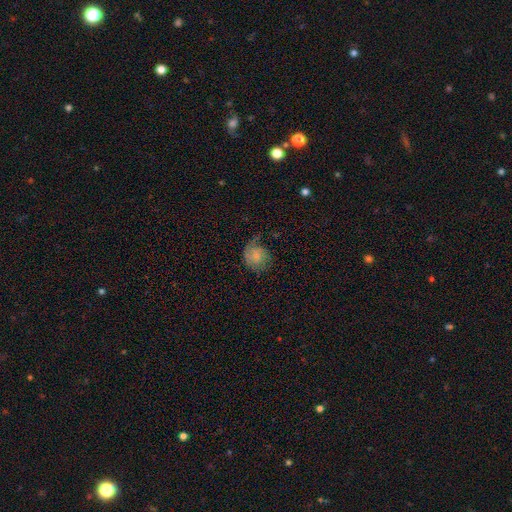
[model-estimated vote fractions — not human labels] Morphology: type=smooth (52%); roundness=round (71%); merging=none (44%).